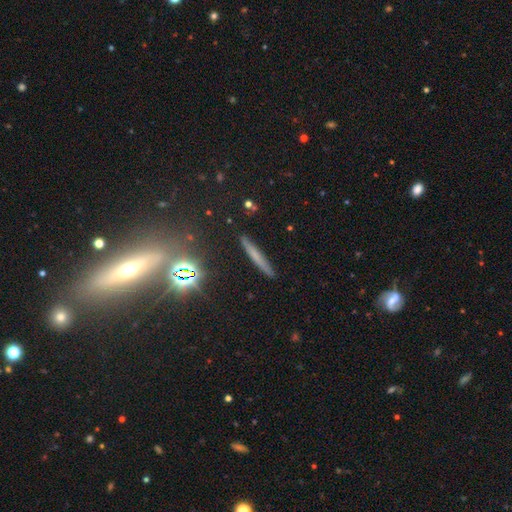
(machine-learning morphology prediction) Overall: smooth (53%; featured or disk 30%). How rounded: cigar-shaped (94%). Merging: none (89%).